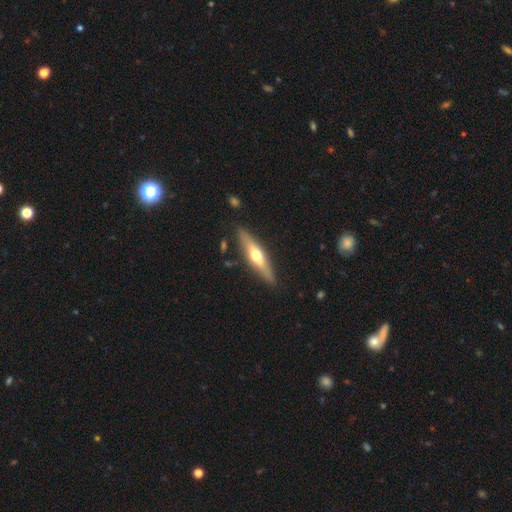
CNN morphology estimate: Q: Smooth or featured?
A: featured or disk (55%); runner-up: smooth (39%)
Q: Edge-on disk?
A: yes (90%); runner-up: no (10%)
Q: Edge-on bulge?
A: rounded (92%); runner-up: none (5%)
Q: Merging?
A: none (86%); runner-up: minor disturbance (10%)